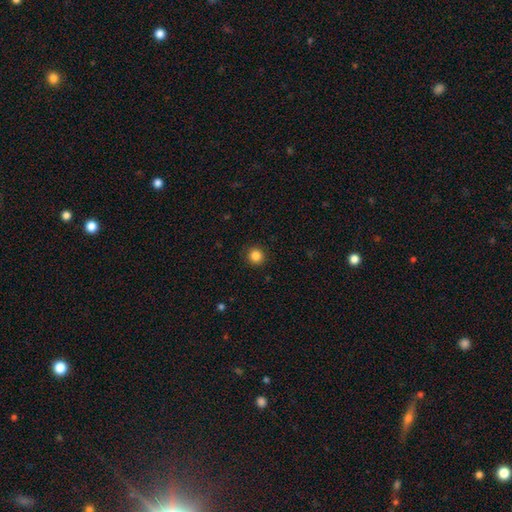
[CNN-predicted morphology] smooth_or_featured: smooth (p=0.85) [alt: star or artifact p=0.11]
how_rounded: round (p=0.94) [alt: in between p=0.05]
merging: none (p=0.91) [alt: minor disturbance p=0.06]